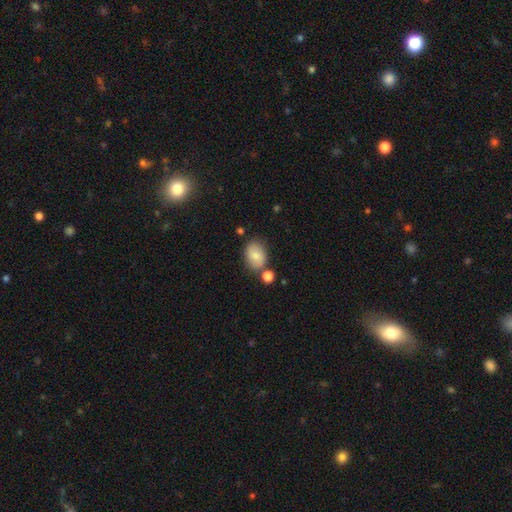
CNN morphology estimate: This appears to be a smooth galaxy with no disk features (81%) that is in between round and cigar-shaped (73%). Merging: none (70%).